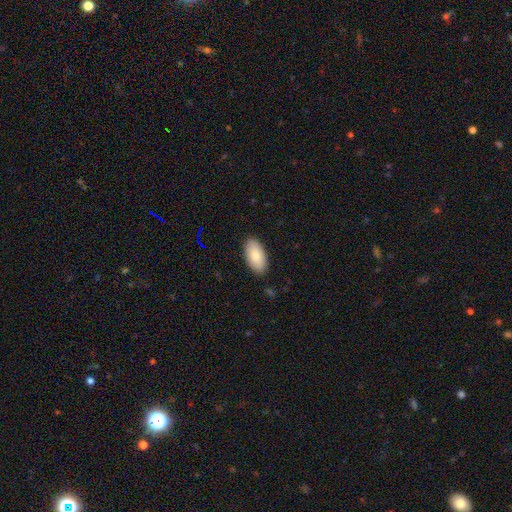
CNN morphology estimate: This appears to be a smooth galaxy with no disk features (82%) that is in between round and cigar-shaped (95%). Merging: none (88%).